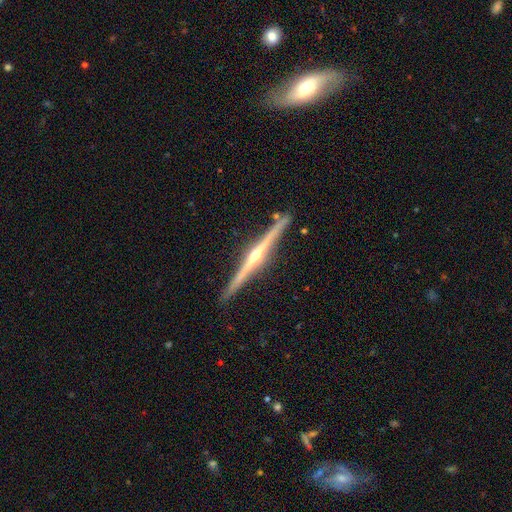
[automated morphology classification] Smooth or featured? Predicted: featured or disk (p=0.88). Edge-on disk? Predicted: yes (p=0.99). Edge-on bulge? Predicted: rounded (p=0.90). Merging? Predicted: none (p=0.91).